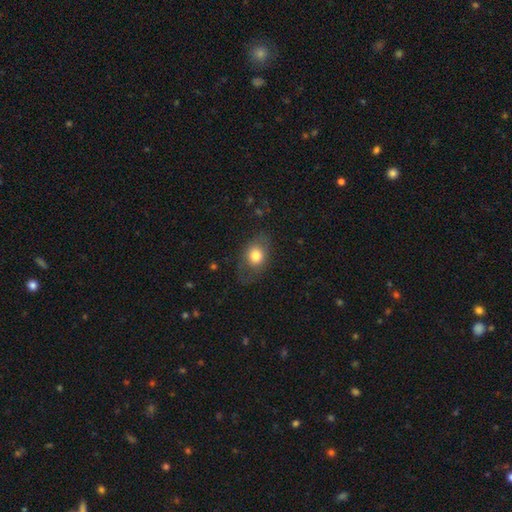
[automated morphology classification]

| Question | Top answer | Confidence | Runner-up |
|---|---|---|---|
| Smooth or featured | smooth | 76% | featured or disk (16%) |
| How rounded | in between | 63% | round (36%) |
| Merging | none | 69% | minor disturbance (20%) |